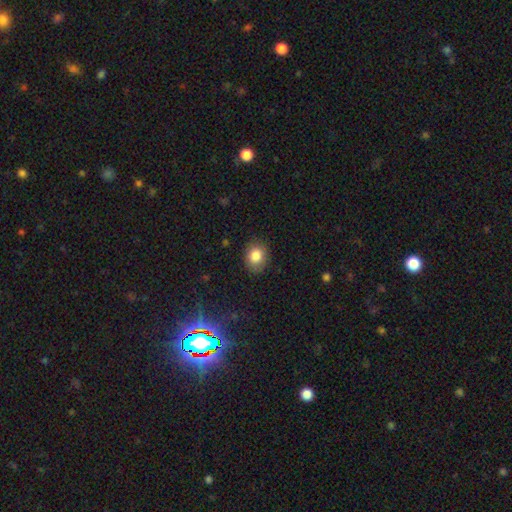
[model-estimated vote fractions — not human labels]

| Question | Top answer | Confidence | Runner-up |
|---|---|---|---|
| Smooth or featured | smooth | 83% | star or artifact (10%) |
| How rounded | round | 57% | in between (42%) |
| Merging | none | 85% | minor disturbance (11%) |